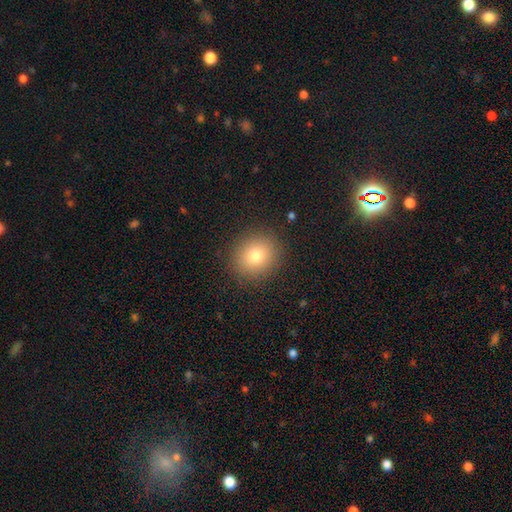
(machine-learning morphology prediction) smooth_or_featured: smooth (p=0.75) [alt: star or artifact p=0.14]
how_rounded: round (p=0.84) [alt: in between p=0.15]
merging: none (p=0.90) [alt: minor disturbance p=0.06]